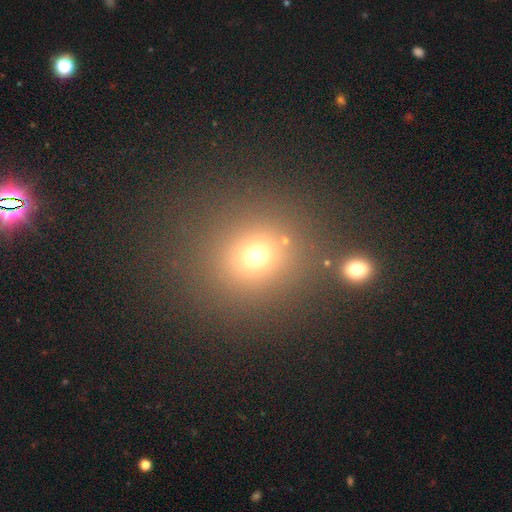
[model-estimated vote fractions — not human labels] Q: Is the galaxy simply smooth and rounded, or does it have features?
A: smooth — 69%.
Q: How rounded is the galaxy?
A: round — 82%.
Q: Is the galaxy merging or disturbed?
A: none — 79%.